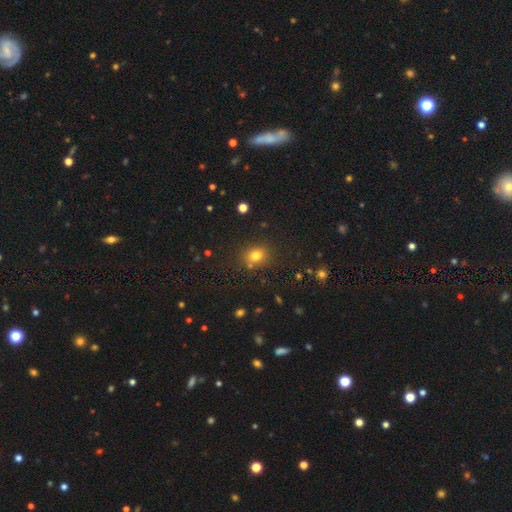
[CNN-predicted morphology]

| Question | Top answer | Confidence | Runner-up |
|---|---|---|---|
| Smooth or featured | smooth | 76% | star or artifact (16%) |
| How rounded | round | 58% | in between (41%) |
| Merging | none | 78% | minor disturbance (12%) |